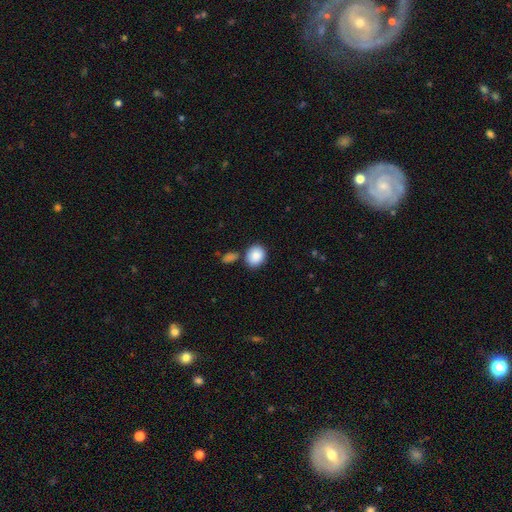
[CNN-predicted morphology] Smooth or featured? smooth (88%)
How rounded? round (60%)
Merging? none (71%)